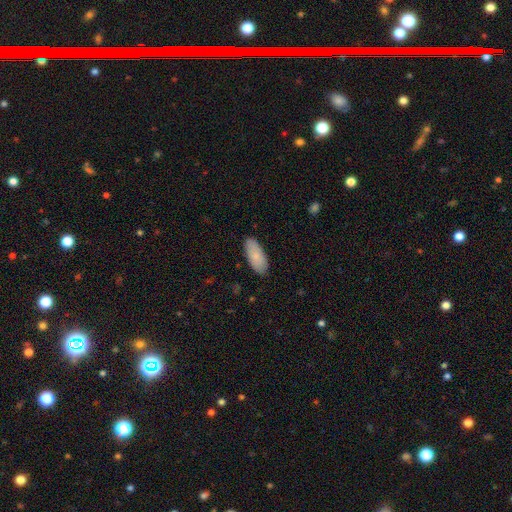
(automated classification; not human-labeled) smooth 83%, featured or disk 11%, star or artifact 6%. Down the decision tree: how rounded — in between (86%); merging — none (86%).